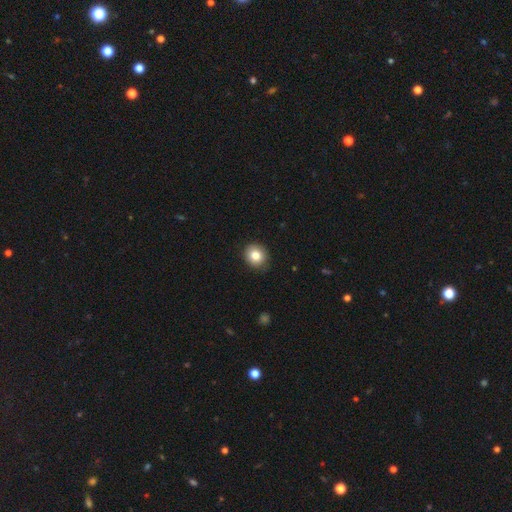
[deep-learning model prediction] Morphology: type=smooth (83%); roundness=round (77%); merging=none (87%).